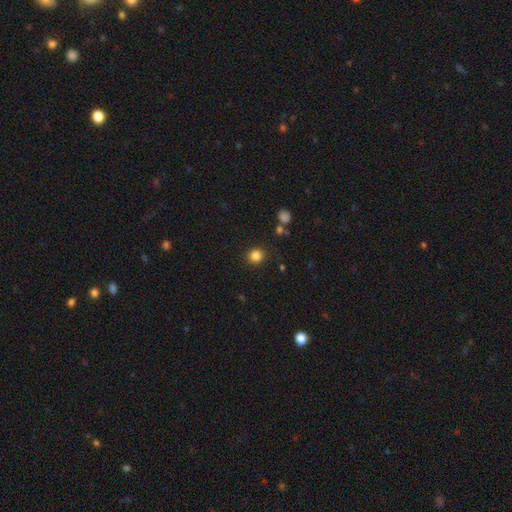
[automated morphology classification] Overall: smooth (84%). How rounded: round (90%). Merging: none (90%).